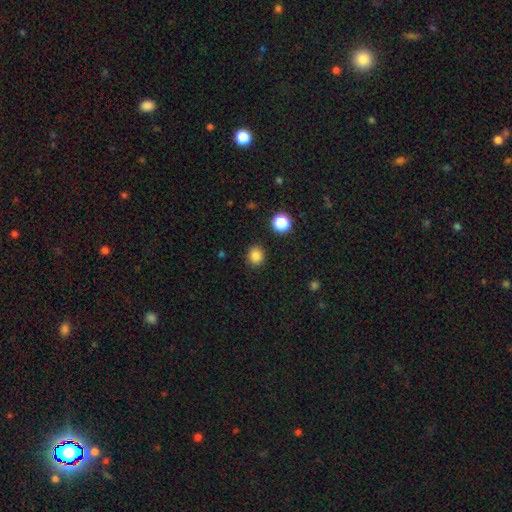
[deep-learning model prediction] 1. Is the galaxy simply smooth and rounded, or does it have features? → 84% smooth, 12% star or artifact, 4% featured or disk.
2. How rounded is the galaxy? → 80% round, 19% in between, 1% cigar-shaped.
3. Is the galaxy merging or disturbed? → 89% none, 7% minor disturbance, 2% major disturbance, 2% merger.